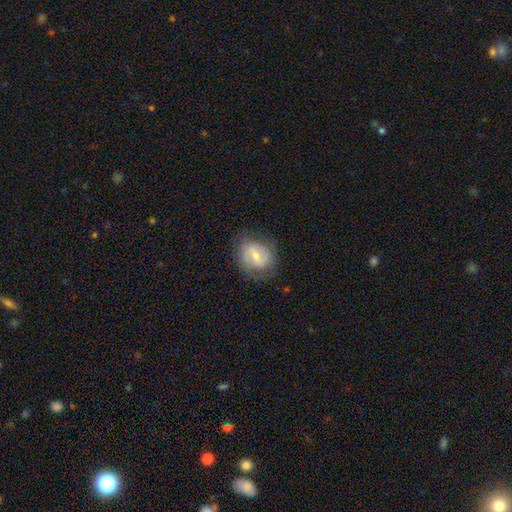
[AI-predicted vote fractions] This appears to be a smooth galaxy with no disk features (48%). Merging: none (69%).